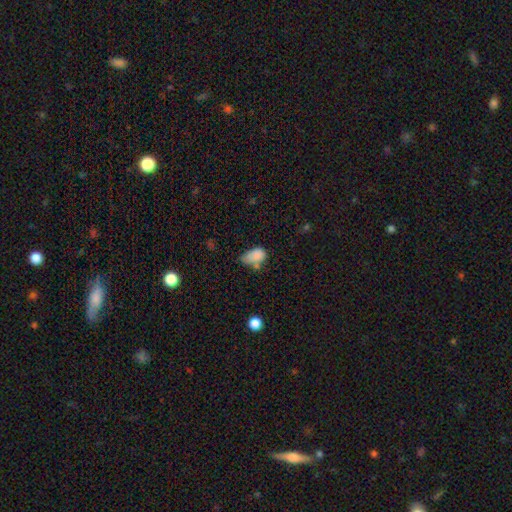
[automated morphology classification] This is clearly a smooth galaxy (80%). How rounded: clearly in between (86%). Merging: marginally minor disturbance (37%).